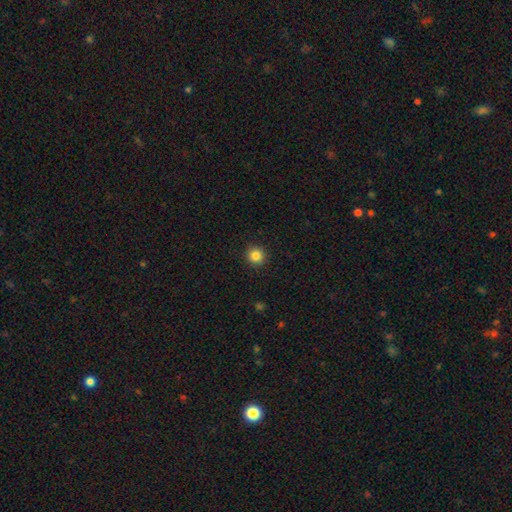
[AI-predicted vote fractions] This appears to be a smooth galaxy with no disk features (85%) that is round (95%). Merging: none (93%).